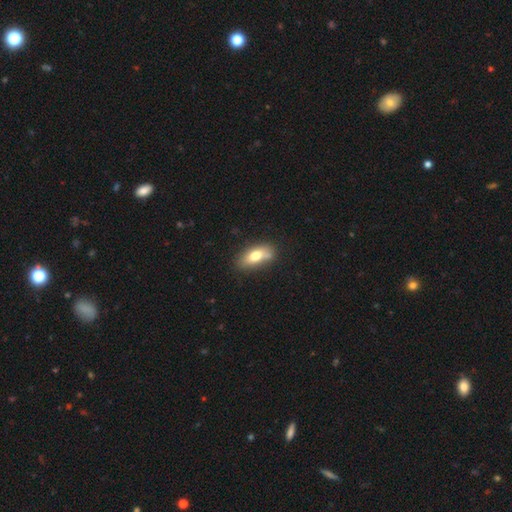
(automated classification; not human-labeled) Smooth or featured: smooth — 71% (featured or disk — 21%)
How rounded: in between — 82% (cigar-shaped — 13%)
Merging: none — 64% (minor disturbance — 21%)